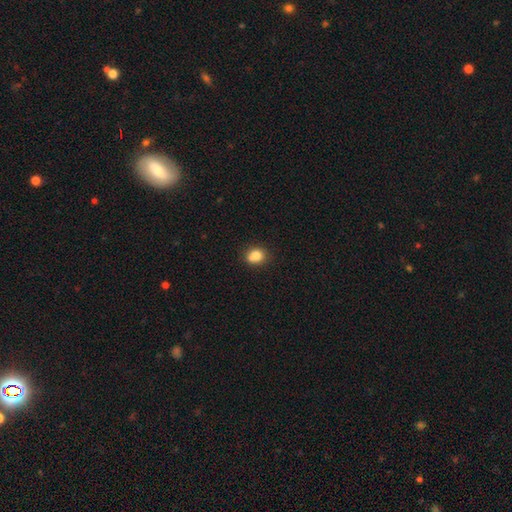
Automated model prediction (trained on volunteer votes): A smooth galaxy with no disk features (81%) that is round (63%).

Vote fractions:
- Smooth or featured? smooth: 81% / star or artifact: 10% / featured or disk: 8%
- How rounded? round: 63% / in between: 36% / cigar-shaped: 1%
- Merging? none: 63% / minor disturbance: 19% / merger: 14% / major disturbance: 4%